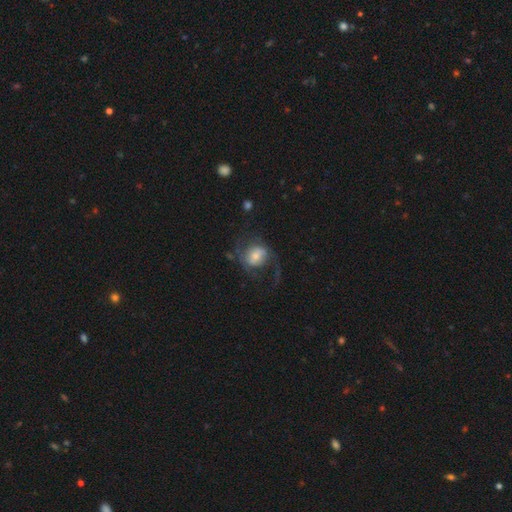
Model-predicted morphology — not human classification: This appears to be a featured or disk galaxy (54%) with no bar (58%), spiral arms (73%) and a moderate central bulge (46%). Merging: none (41%).